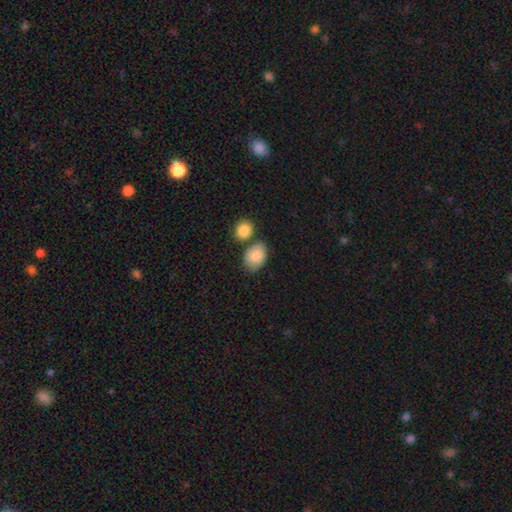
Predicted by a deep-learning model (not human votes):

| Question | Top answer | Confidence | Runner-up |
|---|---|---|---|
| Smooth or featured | smooth | 85% | featured or disk (9%) |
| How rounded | in between | 81% | round (17%) |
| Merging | none | 59% | merger (18%) |